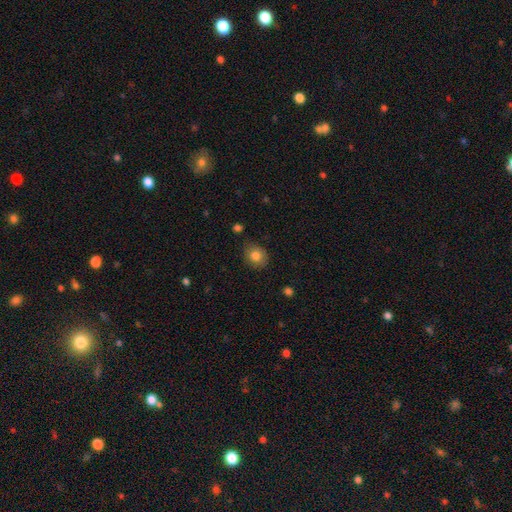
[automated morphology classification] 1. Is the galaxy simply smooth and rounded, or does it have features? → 82% smooth, 9% star or artifact, 8% featured or disk.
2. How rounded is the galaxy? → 60% round, 39% in between, 1% cigar-shaped.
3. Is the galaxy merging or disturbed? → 80% none, 15% minor disturbance, 3% major disturbance, 2% merger.